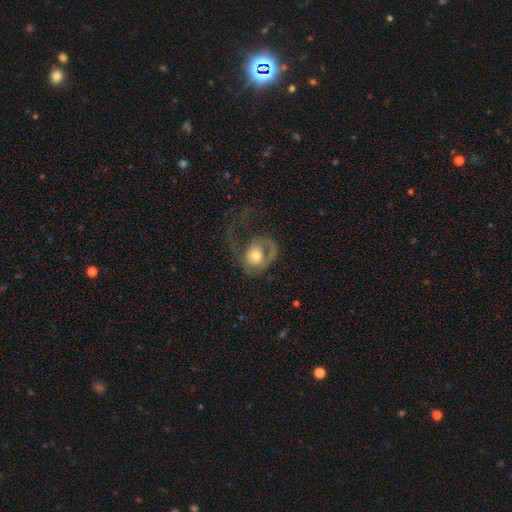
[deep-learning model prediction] Smooth or featured? featured or disk (60%)
Edge-on disk? no (97%)
Bar? no (80%)
Spiral arms? yes (73%)
Bulge size? moderate (61%)
Merging? major disturbance (57%)